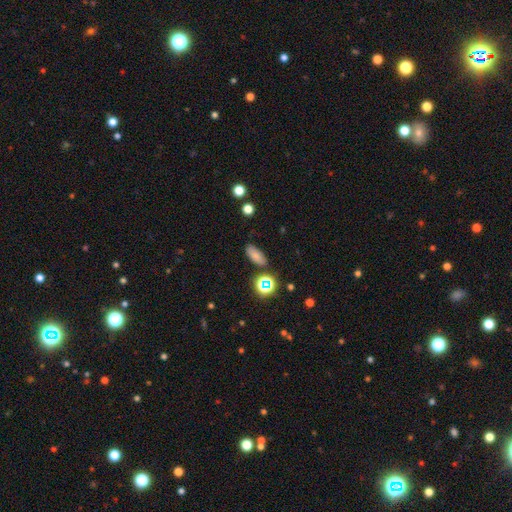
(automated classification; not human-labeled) smooth_or_featured: smooth (p=0.75) [alt: star or artifact p=0.17]
how_rounded: in between (p=0.79) [alt: cigar-shaped p=0.13]
merging: none (p=0.78) [alt: minor disturbance p=0.14]